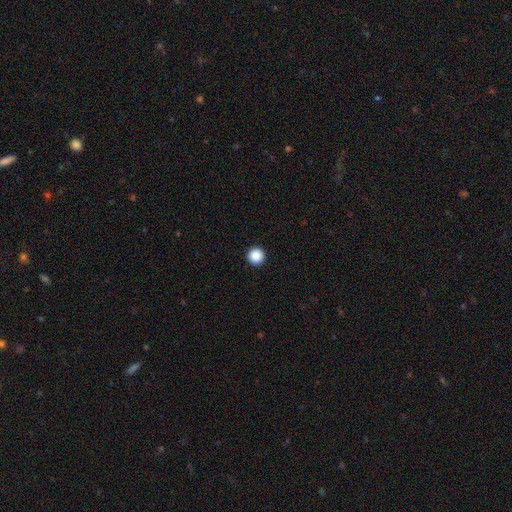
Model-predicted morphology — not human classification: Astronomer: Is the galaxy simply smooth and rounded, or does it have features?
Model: smooth — 88%.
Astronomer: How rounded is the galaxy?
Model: round — 97%.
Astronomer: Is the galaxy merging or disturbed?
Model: none — 94%.